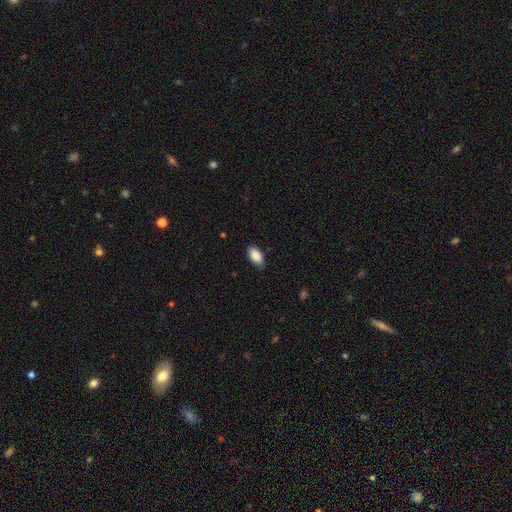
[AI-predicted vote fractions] smooth 89%, star or artifact 7%, featured or disk 5%. Down the decision tree: how rounded — in between (94%); merging — none (81%).